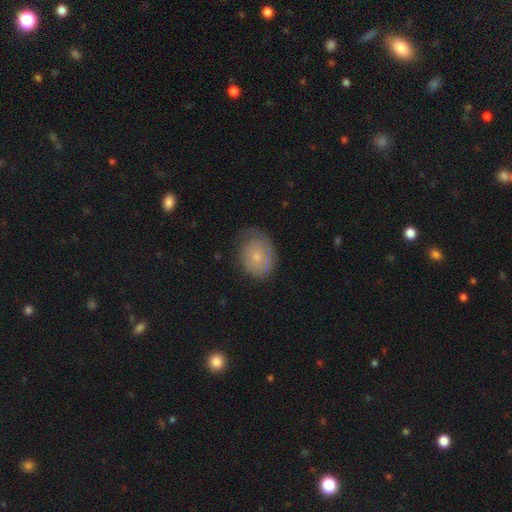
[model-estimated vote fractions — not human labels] Smooth or featured: smooth — 52% (featured or disk — 40%)
How rounded: round — 50% (in between — 49%)
Merging: none — 57% (minor disturbance — 30%)